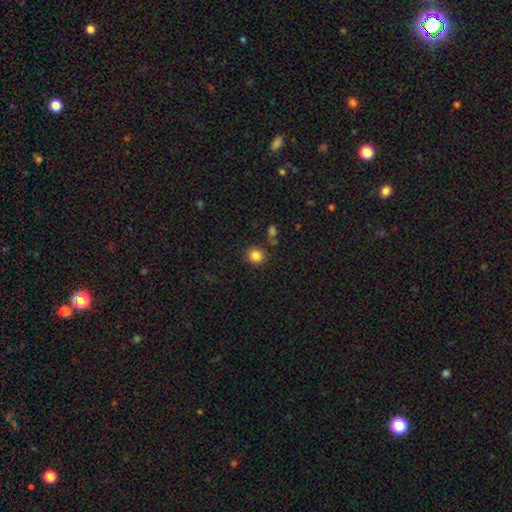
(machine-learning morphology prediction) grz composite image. It shows a smooth galaxy with no disk features (84%) that is round (90%). Merging: none (85%).